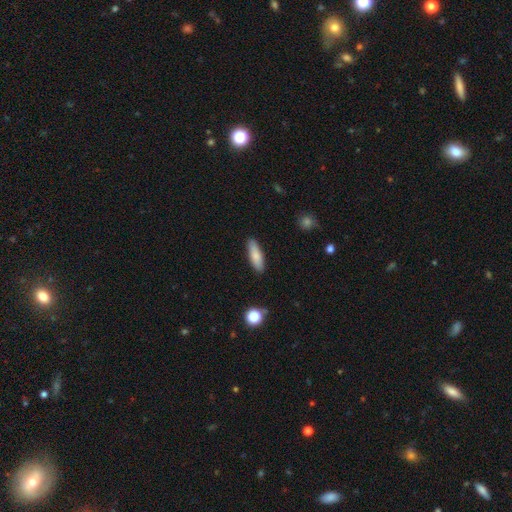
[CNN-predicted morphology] smooth_or_featured: smooth (p=0.82) [alt: featured or disk p=0.11]
how_rounded: cigar-shaped (p=0.50) [alt: in between p=0.48]
merging: none (p=0.88) [alt: minor disturbance p=0.09]